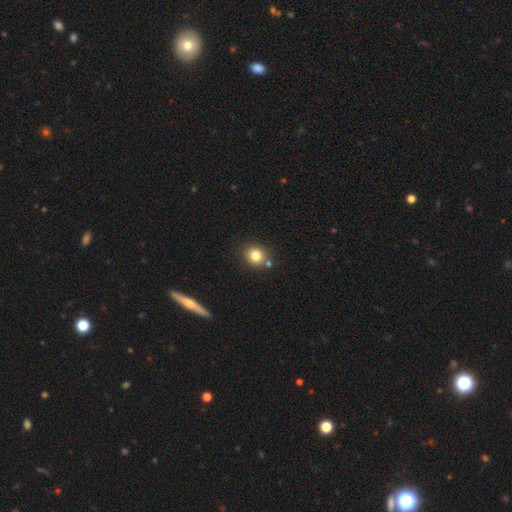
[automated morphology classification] A smooth galaxy with no disk features (80%) that is round (84%). Merging: none (76%).